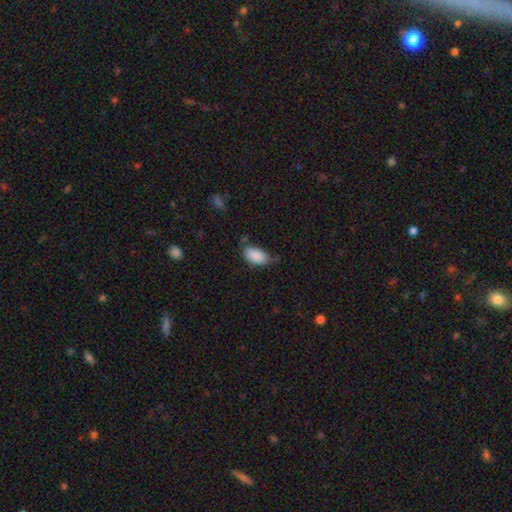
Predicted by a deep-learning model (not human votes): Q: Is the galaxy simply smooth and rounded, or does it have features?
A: smooth — 86%.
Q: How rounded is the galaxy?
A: in between — 94%.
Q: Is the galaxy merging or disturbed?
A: none — 46%.